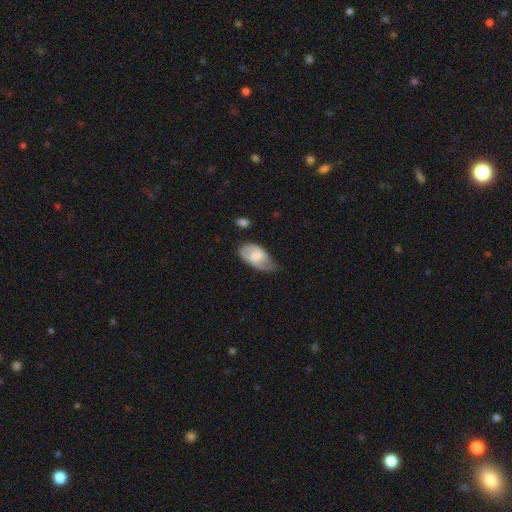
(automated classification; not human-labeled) This is possibly a smooth galaxy (49%). Merging: possibly none (46%).